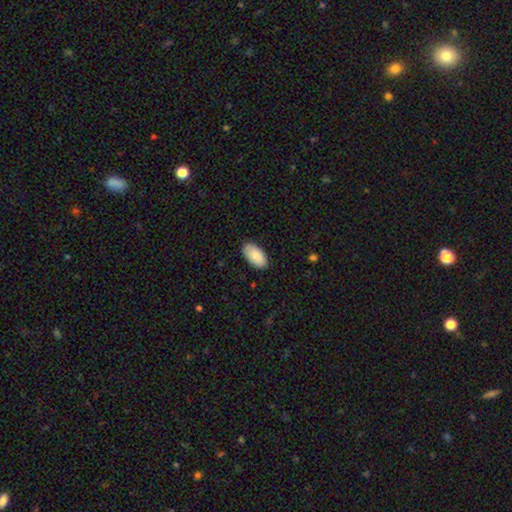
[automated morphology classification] smooth-or-featured: smooth: 90% | star or artifact: 6% | featured or disk: 5%
  how-rounded: in between: 96% | round: 2% | cigar-shaped: 2%
  merging: none: 87% | minor disturbance: 10% | major disturbance: 2% | merger: 1%